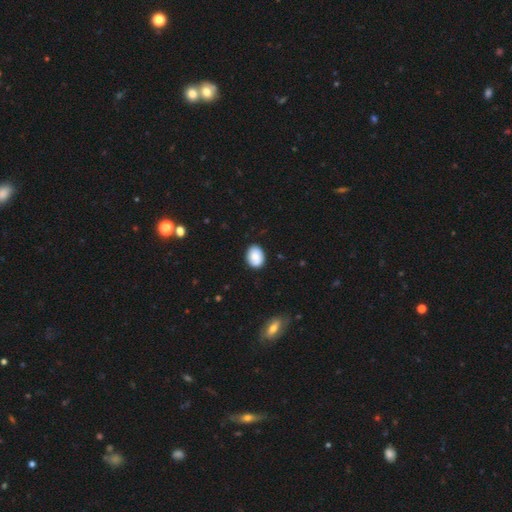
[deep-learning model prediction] Smooth or featured? smooth (79%)
How rounded? in between (65%)
Merging? none (80%)